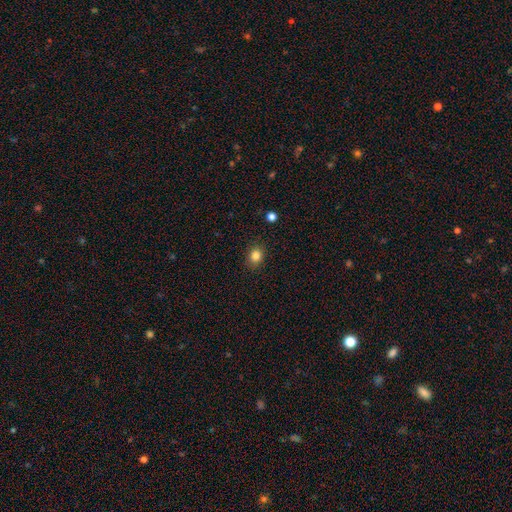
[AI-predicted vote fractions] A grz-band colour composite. It shows a smooth galaxy with no disk features (84%) that is round (61%). Merging: none (87%).